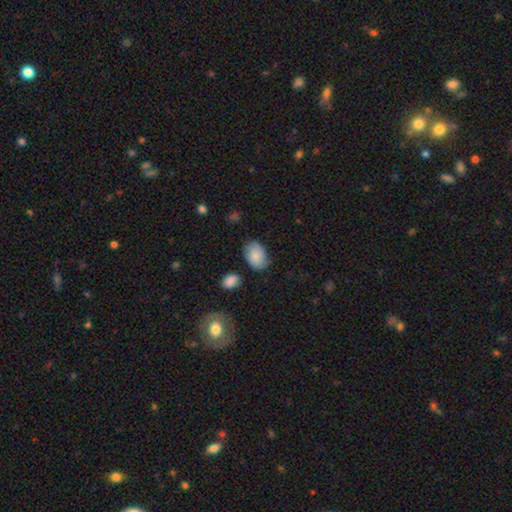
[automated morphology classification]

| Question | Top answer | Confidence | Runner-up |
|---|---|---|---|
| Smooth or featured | smooth | 82% | featured or disk (11%) |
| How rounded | in between | 84% | round (15%) |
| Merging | none | 74% | minor disturbance (19%) |